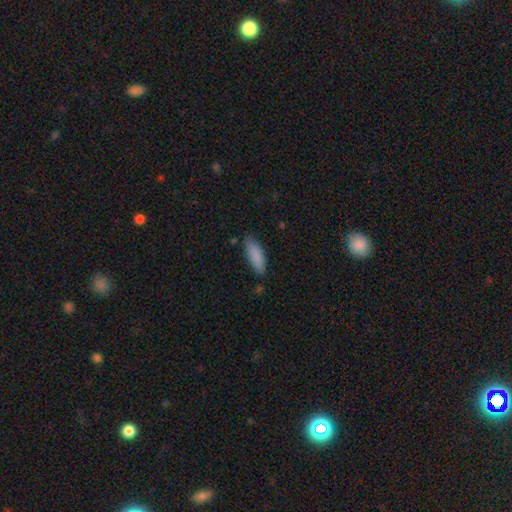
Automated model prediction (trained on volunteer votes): Q: Smooth or featured?
A: smooth (87%); runner-up: featured or disk (7%)
Q: How rounded?
A: in between (54%); runner-up: cigar-shaped (44%)
Q: Merging?
A: none (81%); runner-up: minor disturbance (15%)